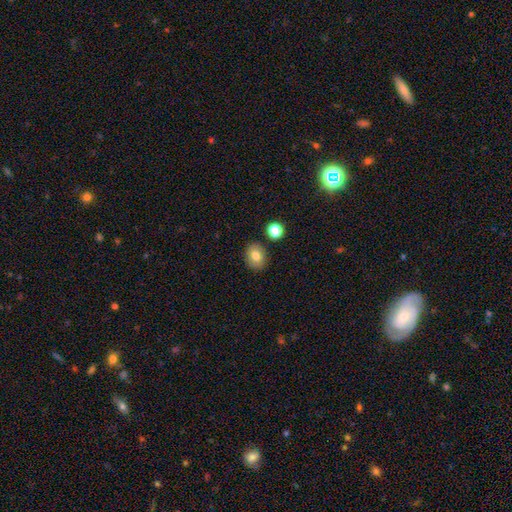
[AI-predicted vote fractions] Smooth or featured: smooth — 79% (featured or disk — 11%)
How rounded: round — 52% (in between — 47%)
Merging: none — 85% (minor disturbance — 9%)